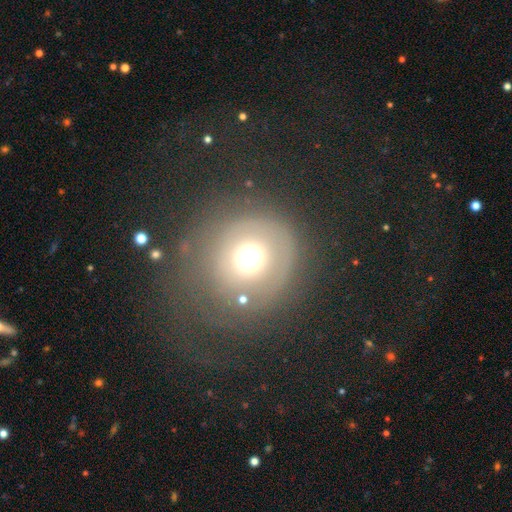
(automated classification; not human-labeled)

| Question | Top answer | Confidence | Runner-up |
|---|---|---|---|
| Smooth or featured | smooth | 50% | featured or disk (34%) |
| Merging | none | 57% | major disturbance (23%) |